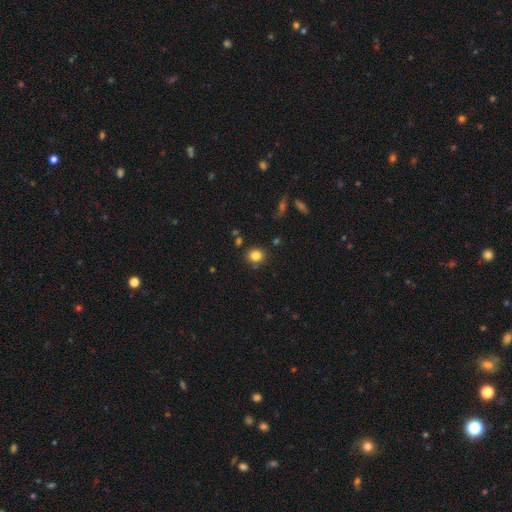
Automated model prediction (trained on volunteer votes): Q: Smooth or featured?
A: smooth (82%); runner-up: star or artifact (12%)
Q: How rounded?
A: round (84%); runner-up: in between (15%)
Q: Merging?
A: none (84%); runner-up: minor disturbance (9%)